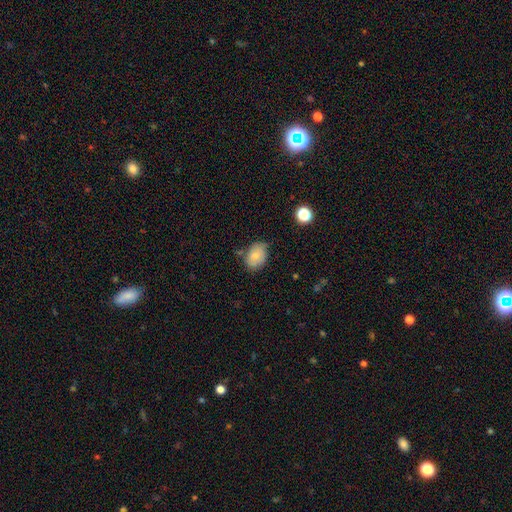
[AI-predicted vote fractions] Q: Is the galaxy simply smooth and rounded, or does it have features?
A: smooth — 76%.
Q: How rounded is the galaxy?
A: in between — 73%.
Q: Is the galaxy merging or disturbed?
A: none — 62%.